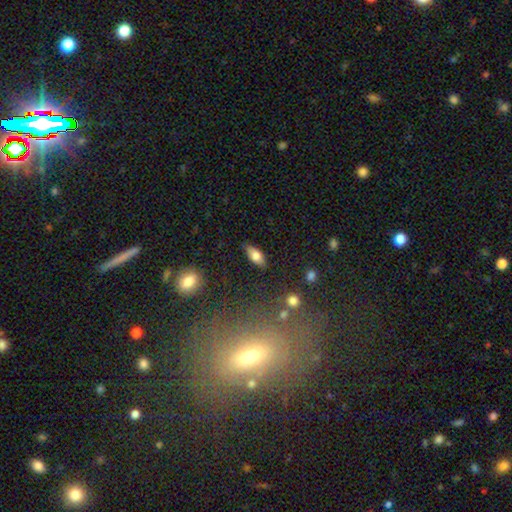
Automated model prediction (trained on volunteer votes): Smooth or featured? Predicted: smooth (p=0.75). How rounded? Predicted: in between (p=0.83). Merging? Predicted: none (p=0.84).